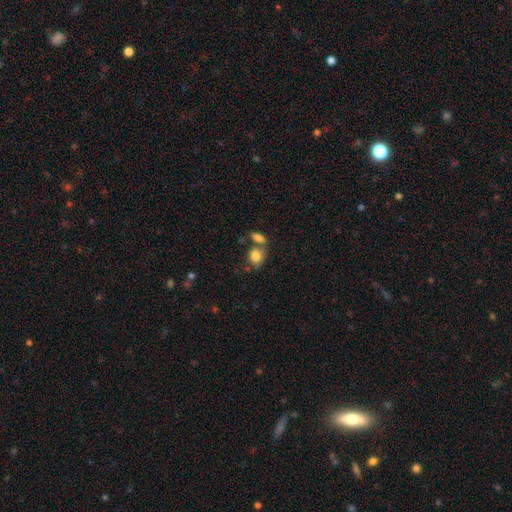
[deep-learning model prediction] The model was most divided on "how rounded": in between: 56%, round: 42%, cigar-shaped: 2%. Remaining: smooth or featured — smooth (83%); merging — none (48%).